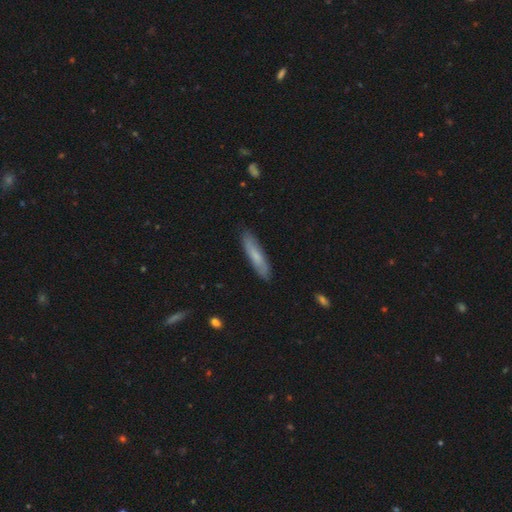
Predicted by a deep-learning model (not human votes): Morphology: type=smooth (68%); roundness=cigar-shaped (81%); merging=none (87%).